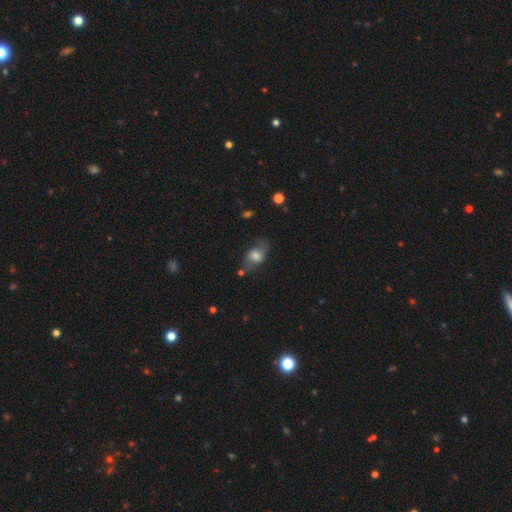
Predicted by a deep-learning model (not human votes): smooth_or_featured: smooth (p=0.60) [alt: featured or disk p=0.31]
how_rounded: in between (p=0.81) [alt: round p=0.16]
merging: none (p=0.61) [alt: minor disturbance p=0.24]